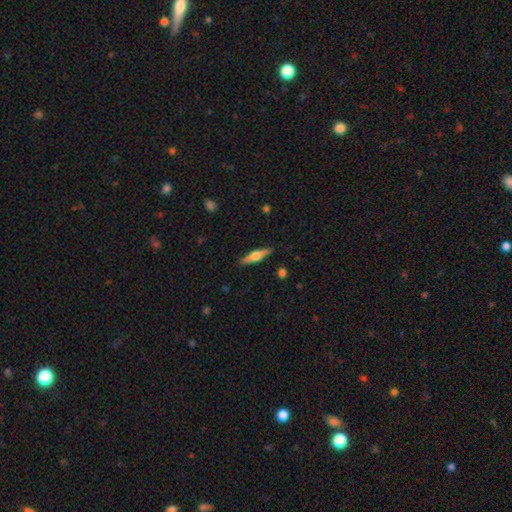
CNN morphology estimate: Smooth or featured? featured or disk (60%)
Edge-on disk? yes (96%)
Edge-on bulge? rounded (90%)
Merging? none (89%)